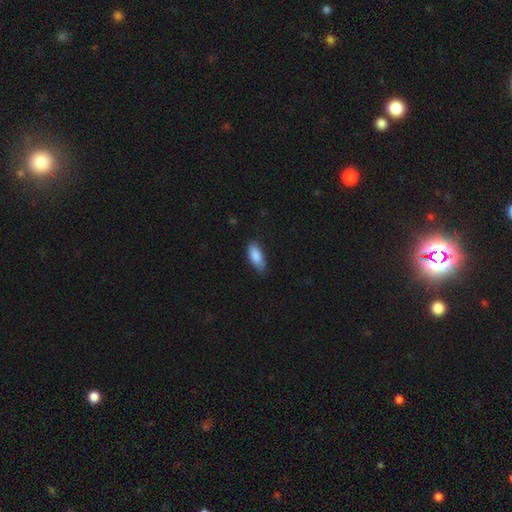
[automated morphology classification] type=smooth (87%); roundness=in between (82%); merging=none (68%).